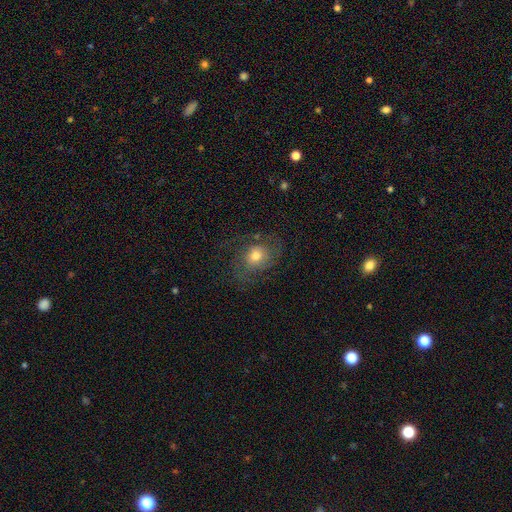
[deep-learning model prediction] smooth 48%, featured or disk 41%, star or artifact 11%. Down the decision tree: merging — none (59%).